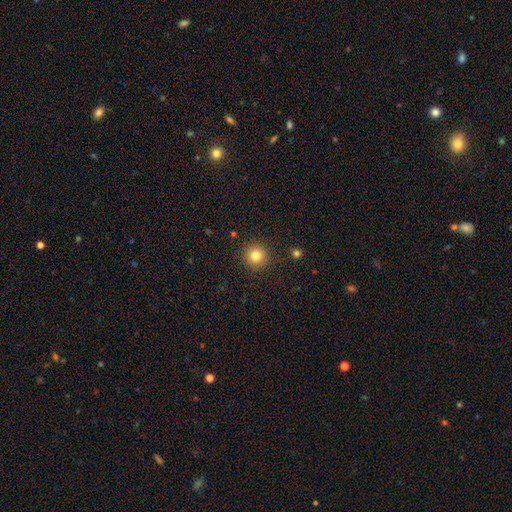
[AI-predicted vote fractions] smooth-or-featured: smooth: 81% | star or artifact: 12% | featured or disk: 6%
  how-rounded: round: 95% | in between: 4% | cigar-shaped: 1%
  merging: none: 91% | minor disturbance: 6% | major disturbance: 2% | merger: 1%